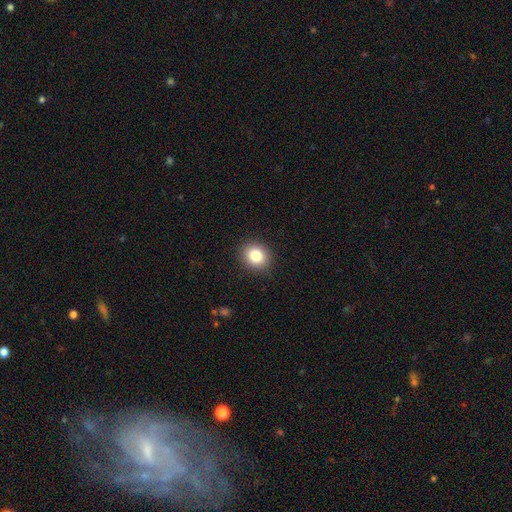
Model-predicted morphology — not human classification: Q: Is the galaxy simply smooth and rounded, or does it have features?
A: smooth — 82%.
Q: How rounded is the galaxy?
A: round — 74%.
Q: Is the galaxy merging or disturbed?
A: none — 90%.